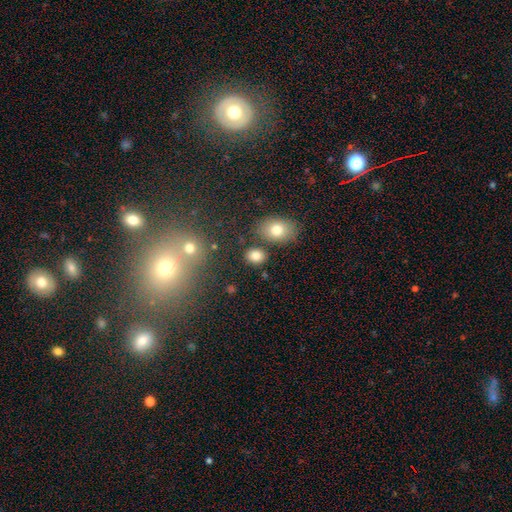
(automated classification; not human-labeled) Morphology: type=smooth (82%); roundness=in between (54%); merging=none (78%).